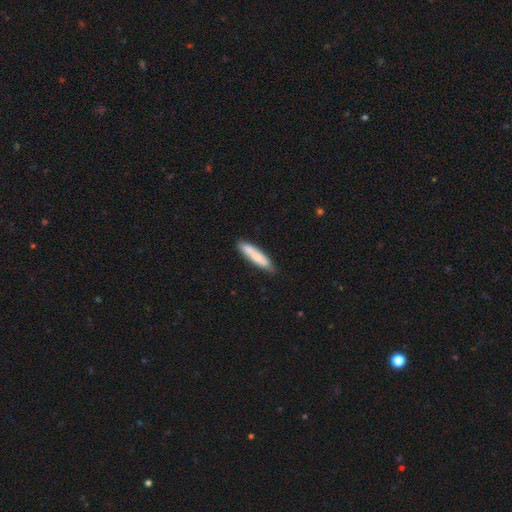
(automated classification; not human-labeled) smooth-or-featured: smooth: 73% | featured or disk: 21% | star or artifact: 6%
  how-rounded: cigar-shaped: 83% | in between: 16% | round: 1%
  merging: none: 78% | minor disturbance: 15% | merger: 4% | major disturbance: 3%